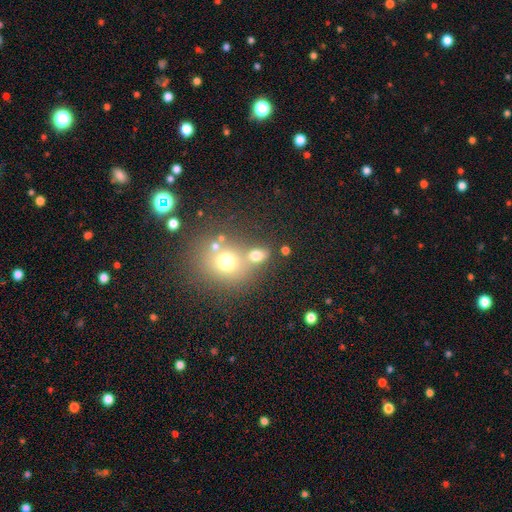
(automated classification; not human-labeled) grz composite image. It shows a smooth galaxy with no disk features (72%) that is in between round and cigar-shaped (57%). Merging: none (51%).